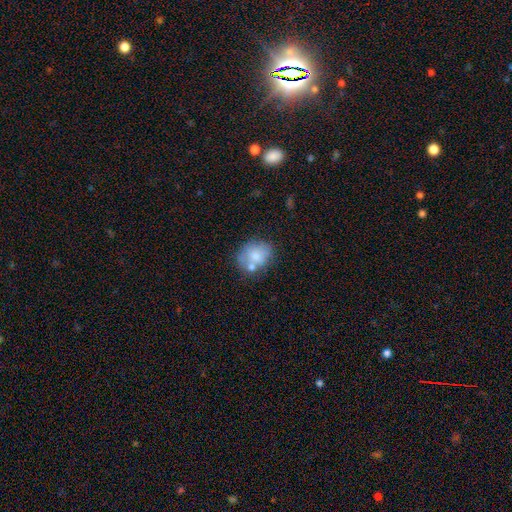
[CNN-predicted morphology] This is likely a smooth galaxy (70%). How rounded: possibly round (55%). Merging: possibly none (52%).